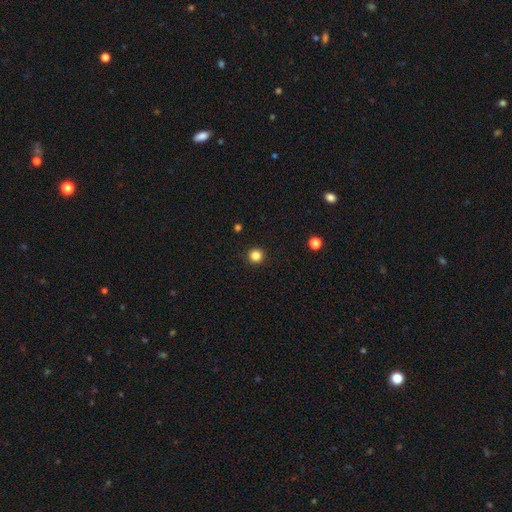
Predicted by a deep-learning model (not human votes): smooth_or_featured: smooth (p=0.84) [alt: star or artifact p=0.12]
how_rounded: round (p=0.95) [alt: in between p=0.04]
merging: none (p=0.93) [alt: minor disturbance p=0.04]